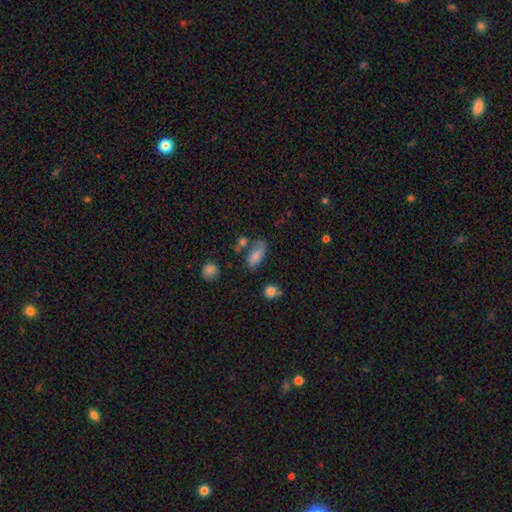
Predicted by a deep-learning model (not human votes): The model was most divided on "merging": none: 48%, minor disturbance: 26%, merger: 13%, major disturbance: 13%. More confident: how rounded — in between (87%); smooth or featured — smooth (78%).